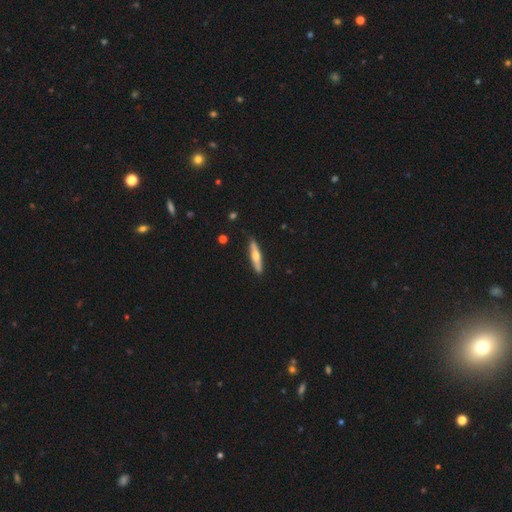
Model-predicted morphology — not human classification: type=featured or disk (48%); merging=none (88%).